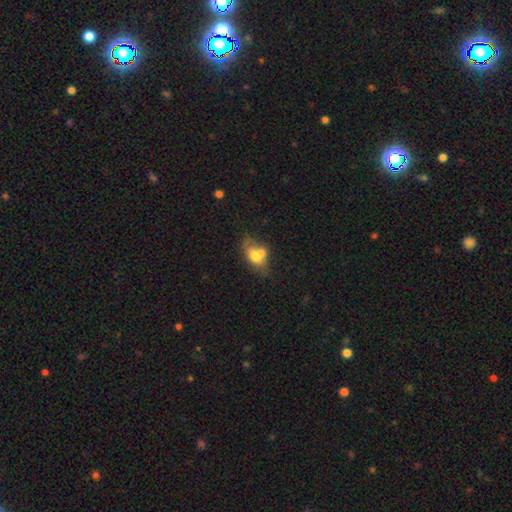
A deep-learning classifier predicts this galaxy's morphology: Q: Smooth or featured?
A: smooth (66%); runner-up: featured or disk (26%)
Q: How rounded?
A: in between (80%); runner-up: round (17%)
Q: Merging?
A: merger (49%); runner-up: none (28%)